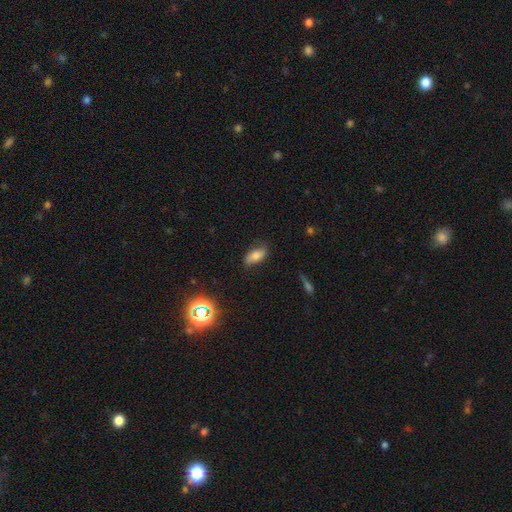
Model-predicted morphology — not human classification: smooth 67%, featured or disk 22%, star or artifact 11%. Down the decision tree: how rounded — in between (86%); merging — none (72%).